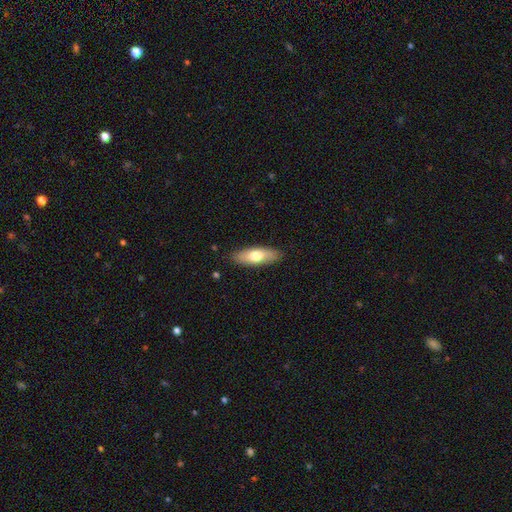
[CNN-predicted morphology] Smooth or featured: smooth — 70% (featured or disk — 25%)
How rounded: in between — 65% (cigar-shaped — 33%)
Merging: none — 86% (minor disturbance — 11%)